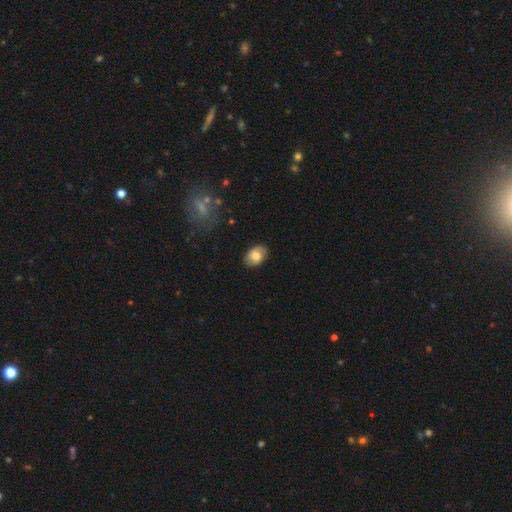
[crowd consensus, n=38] Q: Smooth or featured?
A: smooth (76%); runner-up: featured or disk (24%)
Q: How rounded?
A: in between (79%); runner-up: round (21%)
Q: Merging?
A: none (76%); runner-up: minor disturbance (16%)